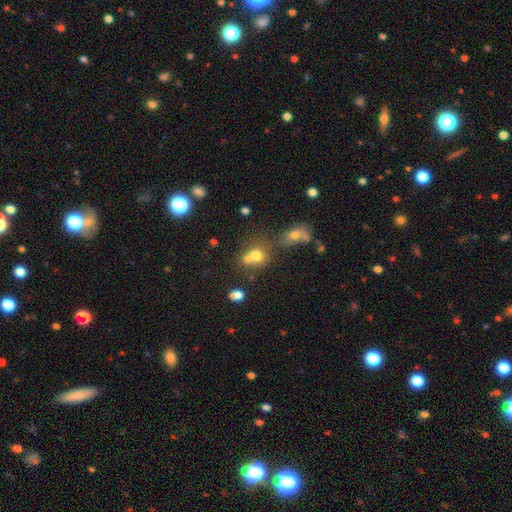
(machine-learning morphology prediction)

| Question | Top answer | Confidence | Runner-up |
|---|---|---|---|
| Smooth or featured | smooth | 71% | star or artifact (16%) |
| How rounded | round | 73% | in between (26%) |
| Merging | merger | 48% | none (37%) |